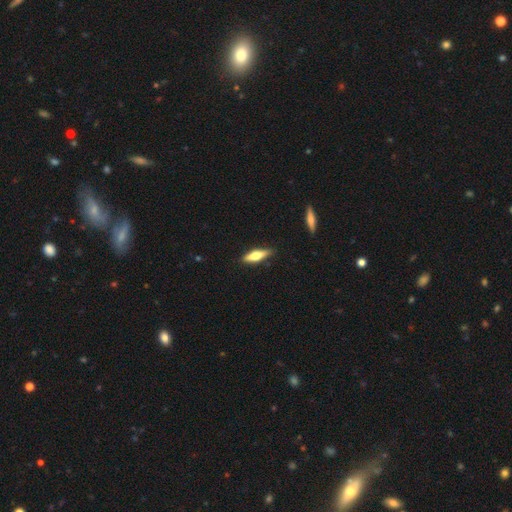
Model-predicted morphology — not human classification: This is possibly a smooth galaxy (54%). How rounded: likely cigar-shaped (63%). Merging: clearly none (87%).